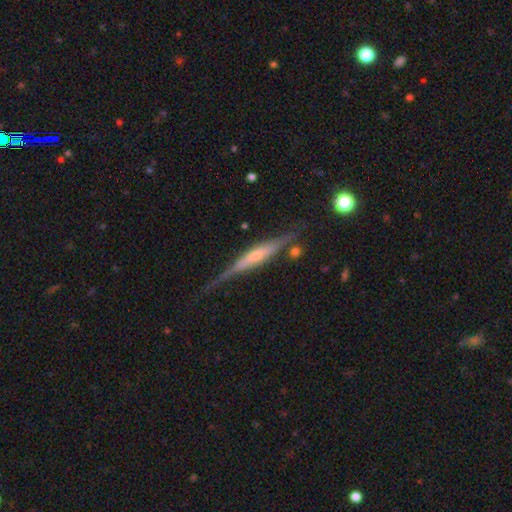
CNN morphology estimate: Smooth or featured?
  - featured or disk: 76% *
  - smooth: 17%
  - star or artifact: 7%
Edge-on disk?
  - yes: 96% *
  - no: 4%
Edge-on bulge?
  - rounded: 56% *
  - none: 26%
  - boxy: 18%
Merging?
  - none: 75% *
  - minor disturbance: 17%
  - major disturbance: 4%
  - merger: 3%